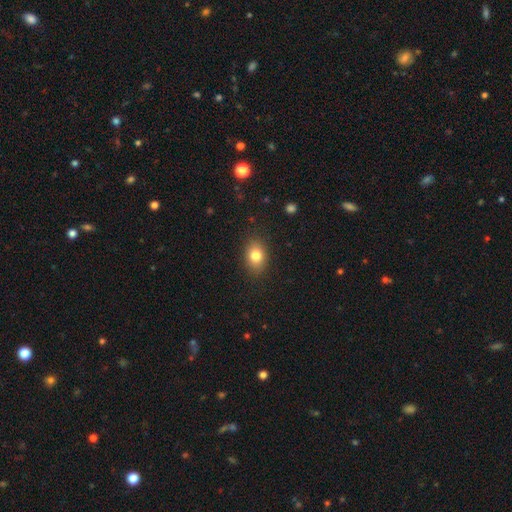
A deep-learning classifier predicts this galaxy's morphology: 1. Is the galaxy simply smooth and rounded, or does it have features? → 81% smooth, 10% star or artifact, 9% featured or disk.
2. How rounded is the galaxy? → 72% in between, 27% round, 1% cigar-shaped.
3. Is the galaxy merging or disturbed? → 86% none, 10% minor disturbance, 3% major disturbance, 1% merger.